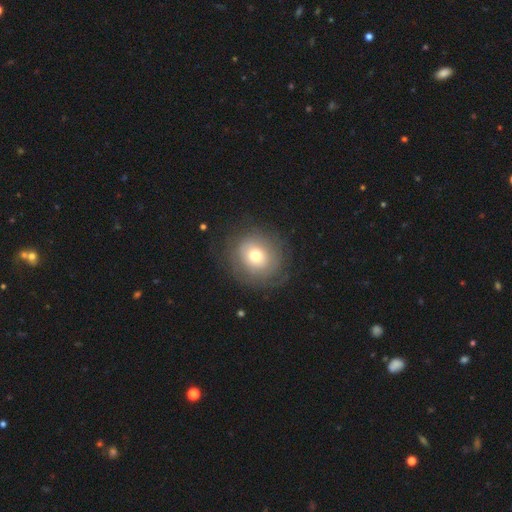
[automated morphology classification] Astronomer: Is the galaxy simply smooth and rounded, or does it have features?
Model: smooth — 53% (runner-up: featured or disk, 36%).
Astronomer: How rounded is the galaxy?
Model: round — 88%.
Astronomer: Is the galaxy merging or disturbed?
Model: none — 76%.